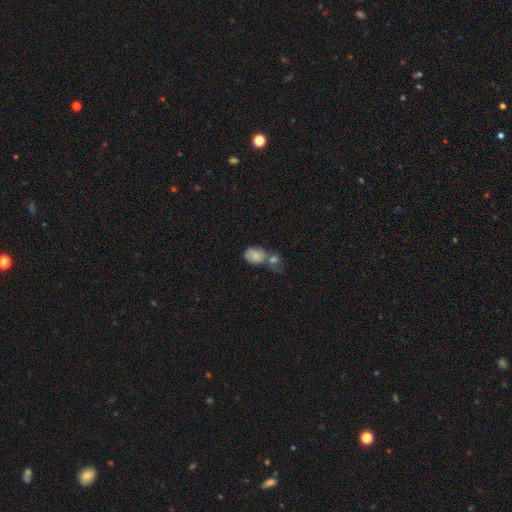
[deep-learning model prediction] Smooth or featured? smooth (74%)
How rounded? in between (65%)
Merging? merger (57%)